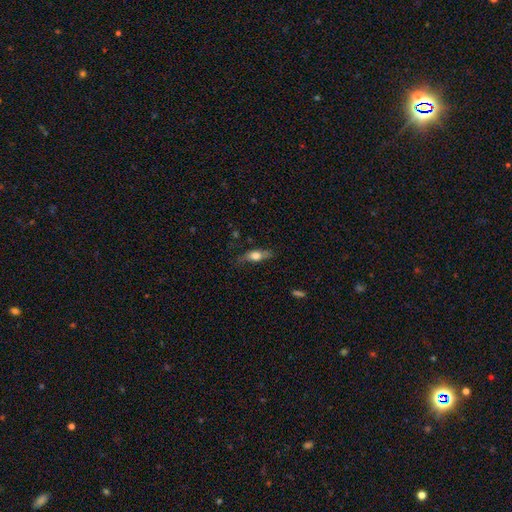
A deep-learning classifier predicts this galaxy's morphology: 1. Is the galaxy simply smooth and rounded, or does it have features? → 60% smooth, 33% featured or disk, 7% star or artifact.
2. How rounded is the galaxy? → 58% in between, 37% cigar-shaped, 5% round.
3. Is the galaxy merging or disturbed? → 70% none, 22% minor disturbance, 6% major disturbance, 2% merger.